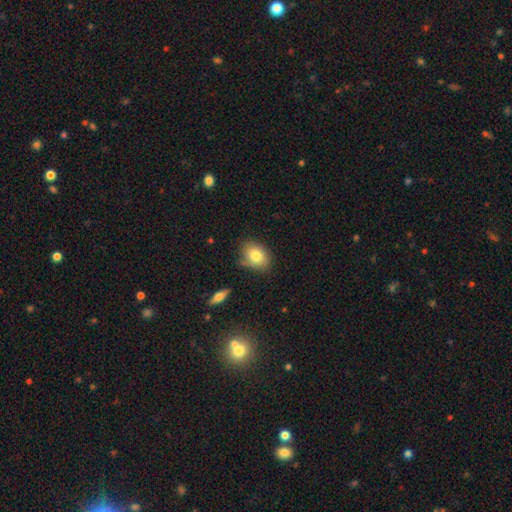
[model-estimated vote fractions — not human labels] Smooth or featured? smooth (80%)
How rounded? in between (71%)
Merging? none (73%)